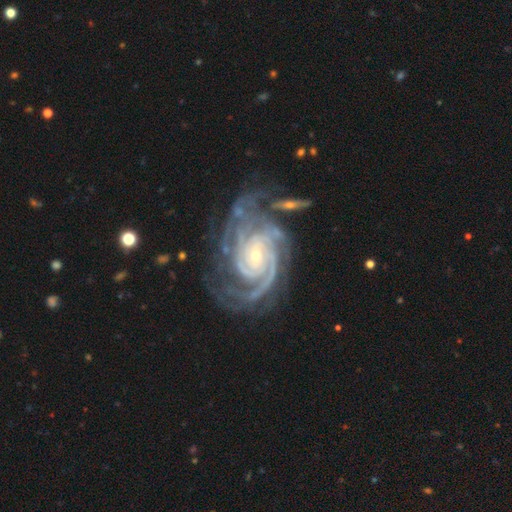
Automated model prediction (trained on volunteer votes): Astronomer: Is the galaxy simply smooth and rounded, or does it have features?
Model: featured or disk — 93%.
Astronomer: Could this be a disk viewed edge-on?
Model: no — 98%.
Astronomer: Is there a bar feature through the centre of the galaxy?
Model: no — 62%.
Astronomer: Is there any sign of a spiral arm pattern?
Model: yes — 99%.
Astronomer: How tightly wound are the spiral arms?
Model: tight — 73%.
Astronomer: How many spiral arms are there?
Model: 3 — 29% (runner-up: 4, 25%).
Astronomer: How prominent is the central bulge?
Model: small — 75%.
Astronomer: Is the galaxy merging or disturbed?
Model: none — 57%.